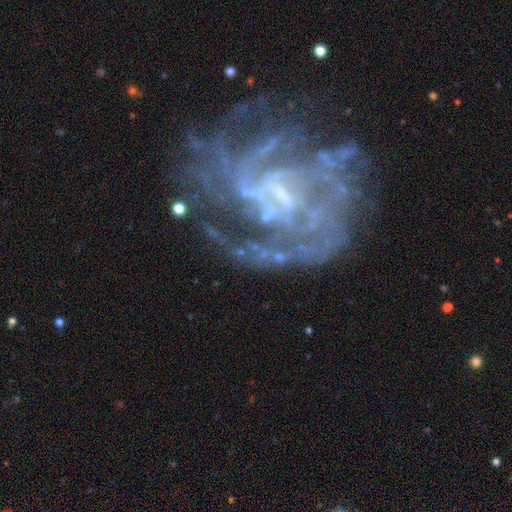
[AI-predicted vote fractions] Smooth or featured? Predicted: featured or disk (p=0.88). Edge-on disk? Predicted: no (p=0.98). Bar? Predicted: weak (p=0.52). Spiral arms? Predicted: yes (p=0.93). Spiral winding? Predicted: tight (p=0.49). Spiral arm count? Predicted: can't tell (p=0.32). Bulge size? Predicted: small (p=0.58). Merging? Predicted: none (p=0.59).